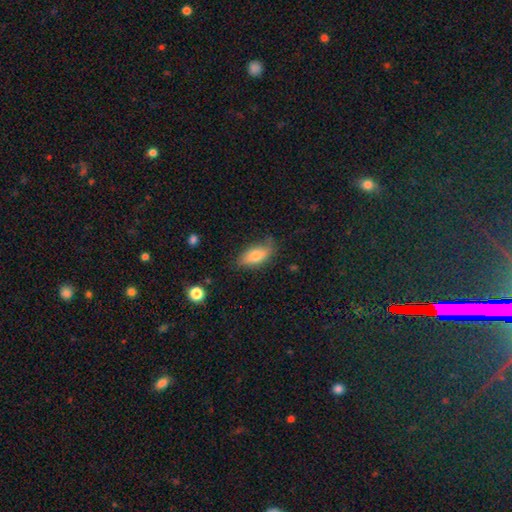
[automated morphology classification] Overall: smooth (73%). How rounded: in between (82%). Merging: none (66%).